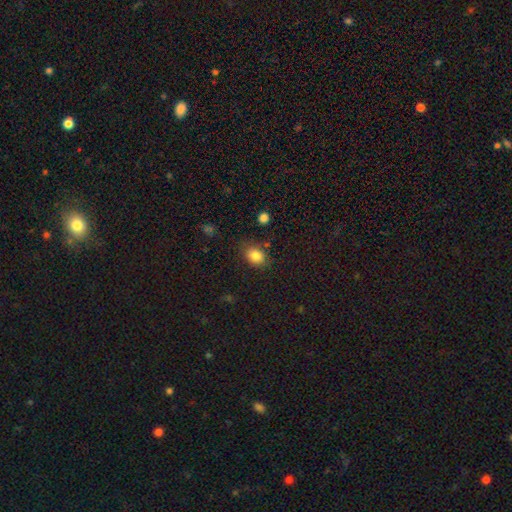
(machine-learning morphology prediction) Smooth or featured? Predicted: smooth (p=0.84). How rounded? Predicted: in between (p=0.62). Merging? Predicted: none (p=0.74).